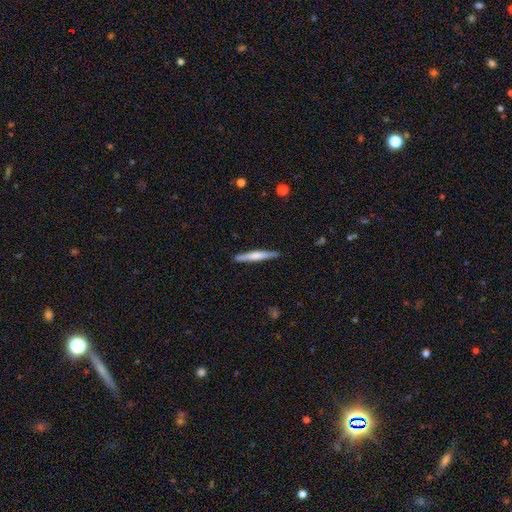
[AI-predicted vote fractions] This is possibly a smooth galaxy (53%). How rounded: clearly cigar-shaped (95%). Merging: clearly none (89%).